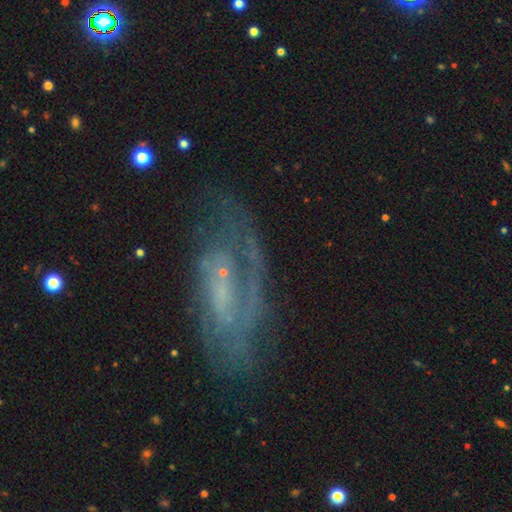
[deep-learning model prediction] Smooth or featured? Predicted: featured or disk (p=0.78). Edge-on disk? Predicted: no (p=0.94). Bar? Predicted: no (p=0.53). Spiral arms? Predicted: yes (p=0.84). Spiral winding? Predicted: medium (p=0.42). Spiral arm count? Predicted: 1 (p=0.35). Bulge size? Predicted: small (p=0.51). Merging? Predicted: none (p=0.55).